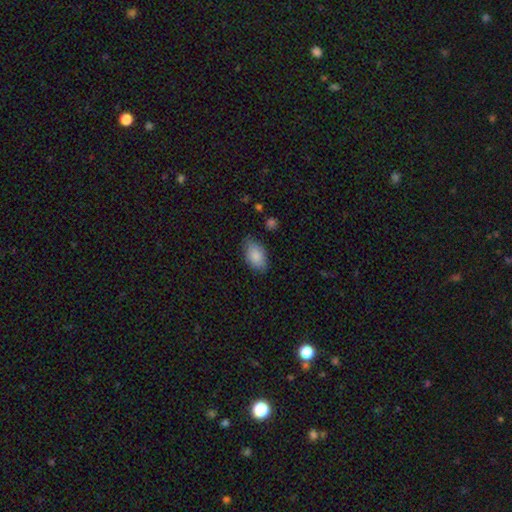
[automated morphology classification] Smooth or featured? Predicted: smooth (p=0.86). How rounded? Predicted: in between (p=0.93). Merging? Predicted: none (p=0.77).